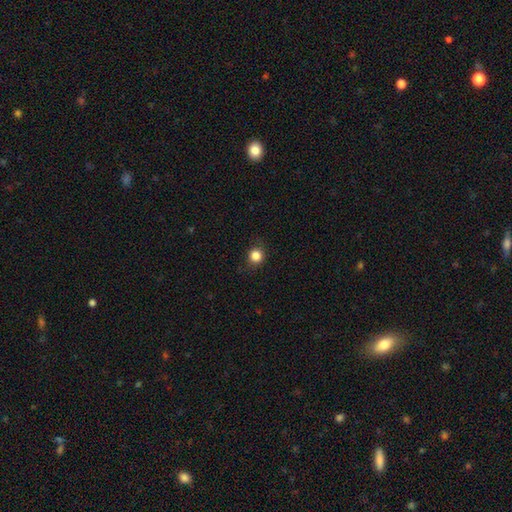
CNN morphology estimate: This is clearly a smooth galaxy (84%). How rounded: clearly round (88%). Merging: clearly none (85%).